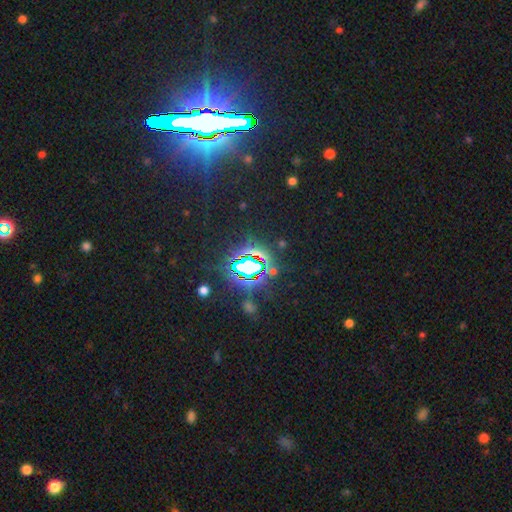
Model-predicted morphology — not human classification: This is likely a star or artifact rather than a galaxy (76%).